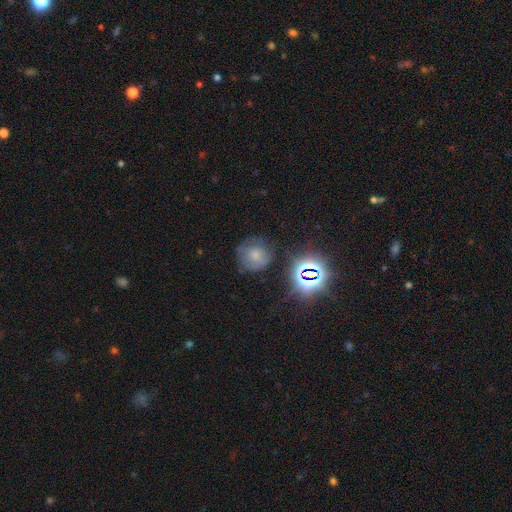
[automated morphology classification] smooth_or_featured: smooth (p=0.58) [alt: featured or disk p=0.22]
how_rounded: round (p=0.86) [alt: in between p=0.12]
merging: none (p=0.63) [alt: minor disturbance p=0.23]